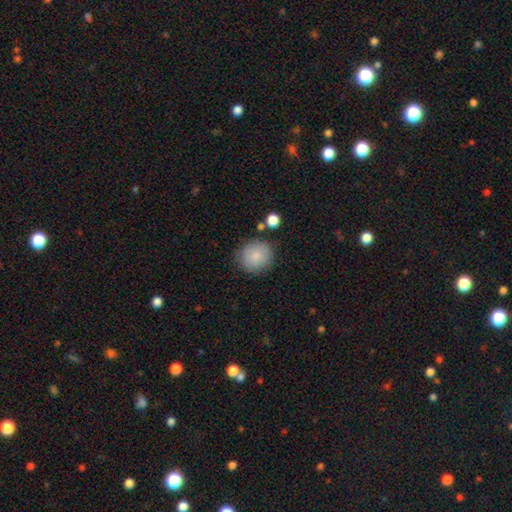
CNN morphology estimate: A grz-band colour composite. It shows a smooth galaxy with no disk features (85%) that is round (88%). Merging: none (80%).